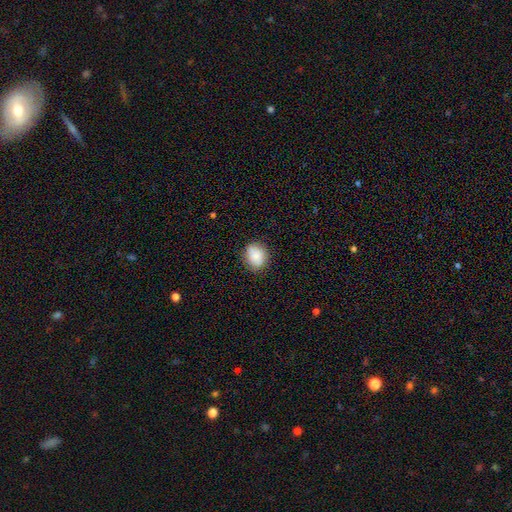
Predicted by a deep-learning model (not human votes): This is clearly a smooth galaxy (83%). How rounded: possibly round (53%). Merging: likely none (80%).